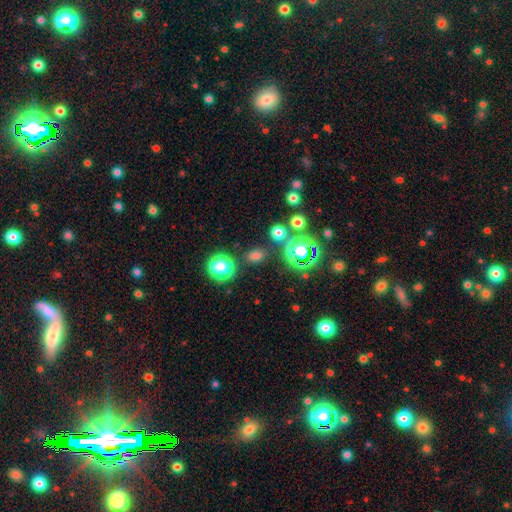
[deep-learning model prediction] Q: Smooth or featured?
A: smooth (64%); runner-up: star or artifact (30%)
Q: How rounded?
A: in between (56%); runner-up: round (42%)
Q: Merging?
A: none (81%); runner-up: minor disturbance (10%)